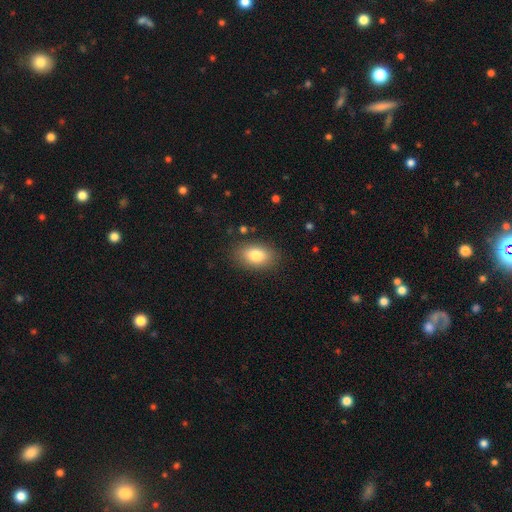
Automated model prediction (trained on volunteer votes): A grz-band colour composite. It shows a smooth galaxy with no disk features (80%) that is in between round and cigar-shaped (87%). Merging: none (85%).